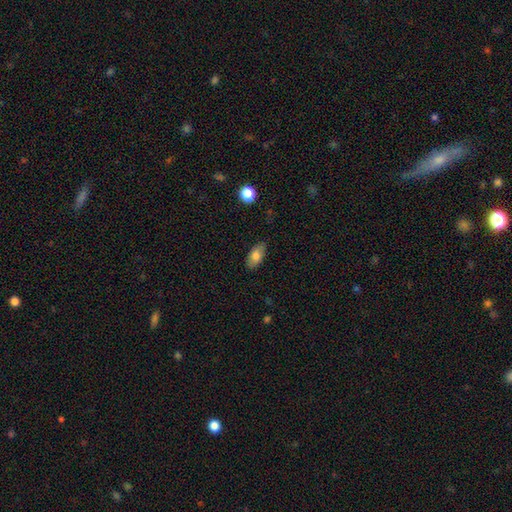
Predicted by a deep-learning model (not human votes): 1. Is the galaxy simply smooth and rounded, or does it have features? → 78% smooth, 14% featured or disk, 7% star or artifact.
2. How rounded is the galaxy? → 90% in between, 6% cigar-shaped, 4% round.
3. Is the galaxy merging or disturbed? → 82% none, 14% minor disturbance, 3% major disturbance, 1% merger.